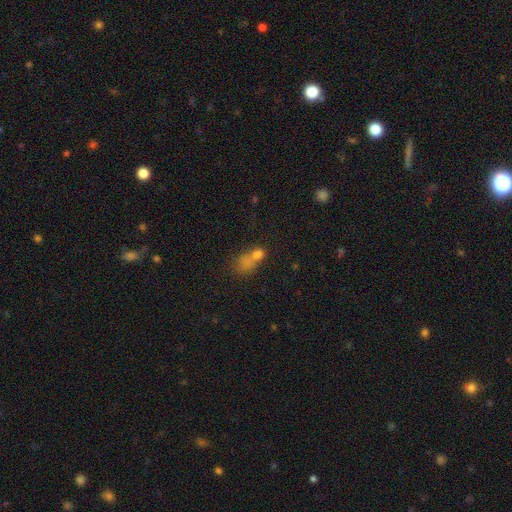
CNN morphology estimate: This is likely a smooth galaxy (65%). How rounded: possibly in between (55%). Merging: marginally merger (44%).